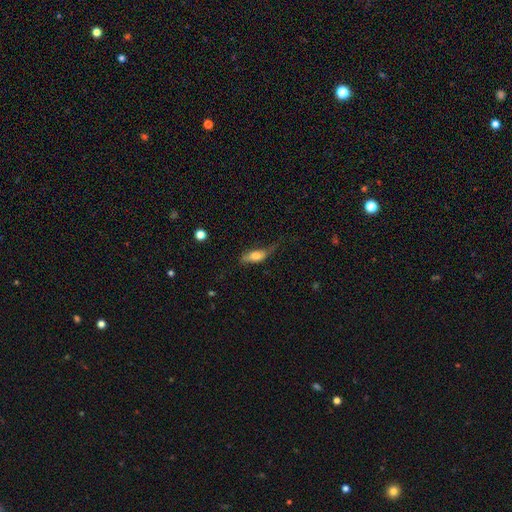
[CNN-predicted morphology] This appears to be a smooth galaxy with no disk features (68%) that is in between round and cigar-shaped (72%). Merging: none (49%).